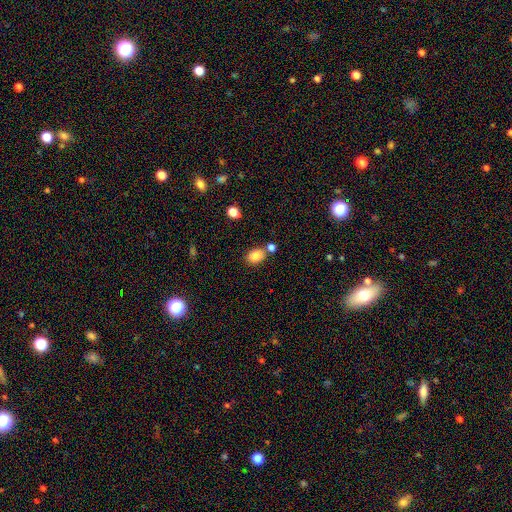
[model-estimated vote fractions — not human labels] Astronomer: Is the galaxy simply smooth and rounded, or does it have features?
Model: smooth — 84%.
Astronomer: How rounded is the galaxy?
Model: in between — 76%.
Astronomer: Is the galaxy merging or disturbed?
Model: none — 67%.